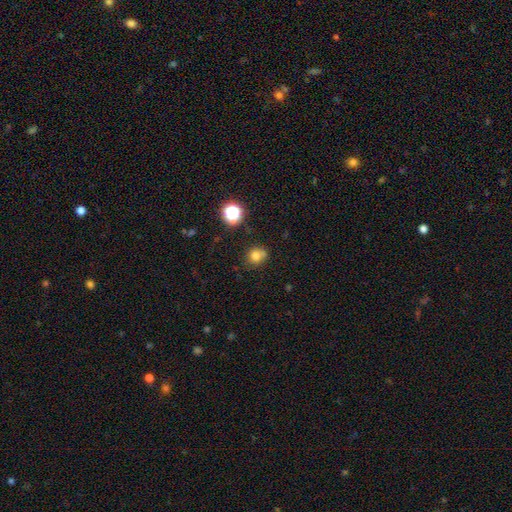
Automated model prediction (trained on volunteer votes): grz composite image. It shows a smooth galaxy with no disk features (76%) that is round (81%). Merging: none (63%).